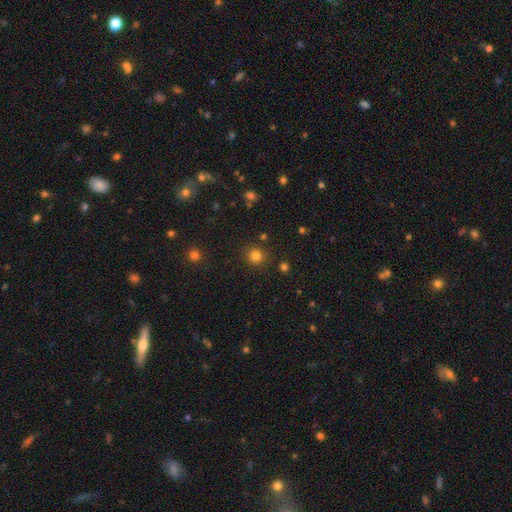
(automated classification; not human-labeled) A smooth galaxy with no disk features (81%) that is round (92%). Merging: none (88%).